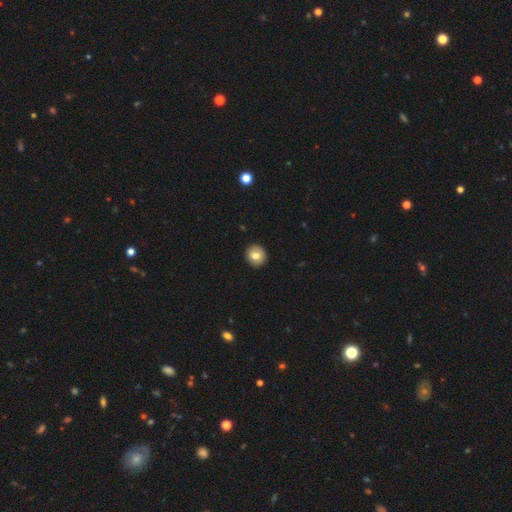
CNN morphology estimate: This appears to be a smooth galaxy with no disk features (76%) that is round (85%). Merging: none (91%).